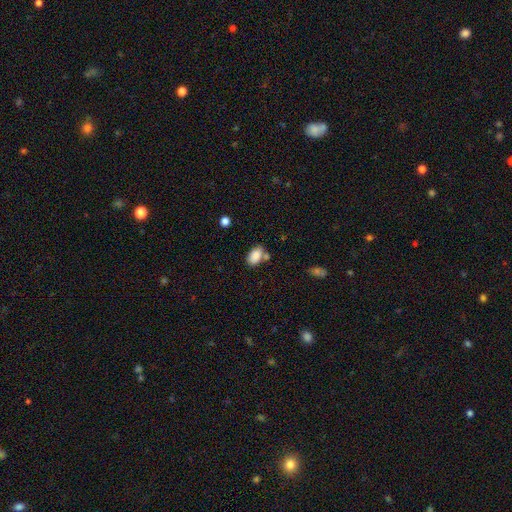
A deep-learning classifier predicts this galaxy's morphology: Smooth or featured: smooth — 86% (star or artifact — 8%)
How rounded: in between — 90% (round — 9%)
Merging: none — 58% (merger — 20%)